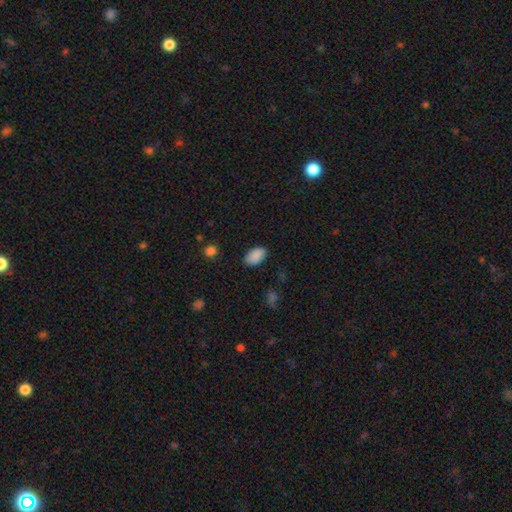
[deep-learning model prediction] Q: Smooth or featured?
A: smooth (89%); runner-up: star or artifact (7%)
Q: How rounded?
A: in between (93%); runner-up: round (6%)
Q: Merging?
A: none (85%); runner-up: minor disturbance (11%)